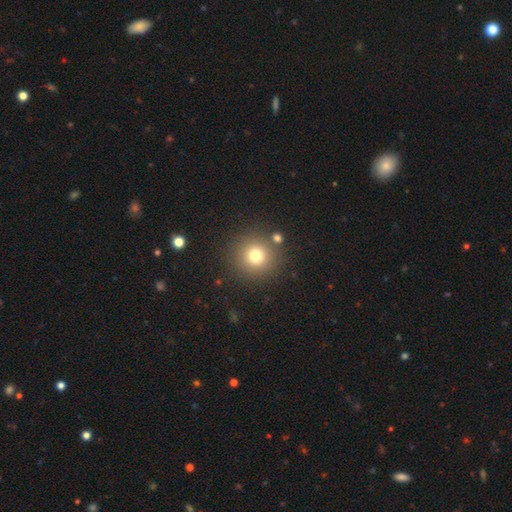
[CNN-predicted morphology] smooth-or-featured: smooth: 75% | star or artifact: 15% | featured or disk: 9%
  how-rounded: round: 95% | in between: 4% | cigar-shaped: 1%
  merging: none: 85% | minor disturbance: 7% | merger: 5% | major disturbance: 3%